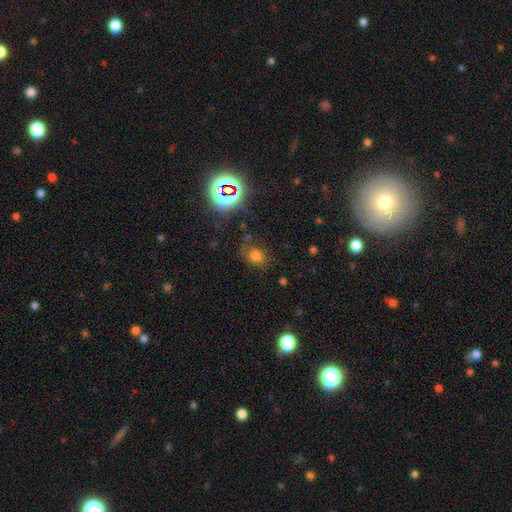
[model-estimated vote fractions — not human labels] This appears to be a smooth galaxy with no disk features (65%) that is in between round and cigar-shaped (61%). Merging: none (66%).